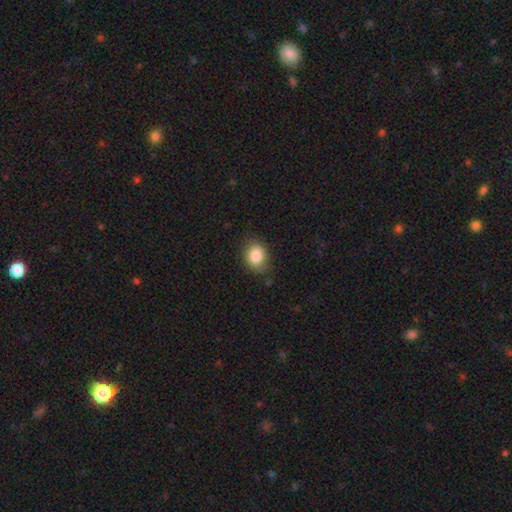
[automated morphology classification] type=smooth (86%); roundness=in between (61%); merging=none (78%).